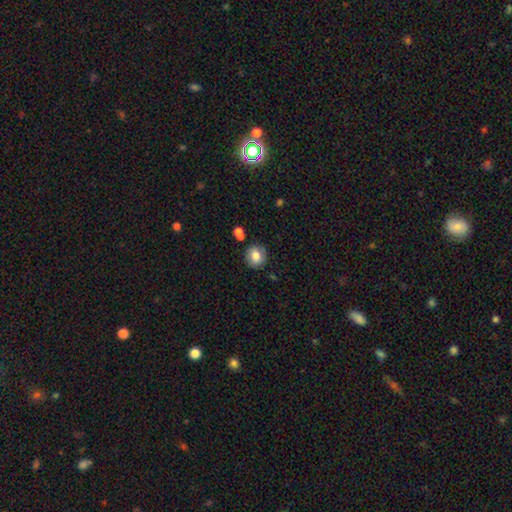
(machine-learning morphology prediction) Smooth or featured? Predicted: smooth (p=0.81). How rounded? Predicted: round (p=0.81). Merging? Predicted: none (p=0.81).